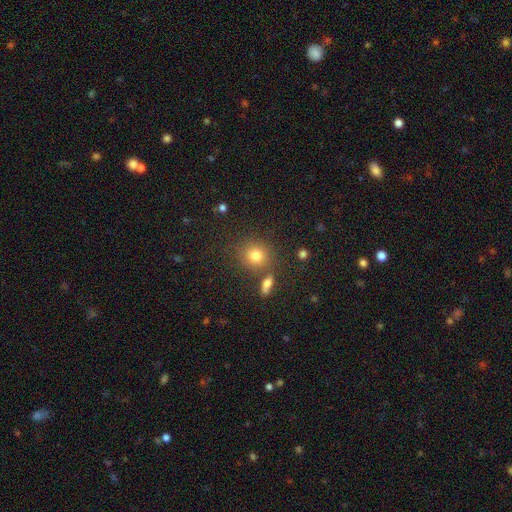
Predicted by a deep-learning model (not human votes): smooth 78%, star or artifact 14%, featured or disk 8%. Down the decision tree: how rounded — round (84%); merging — none (77%).